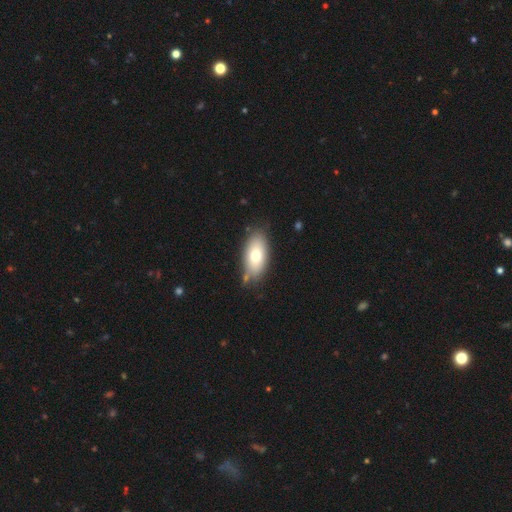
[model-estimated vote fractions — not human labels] Overall: smooth (72%). How rounded: in between (91%). Merging: none (77%).